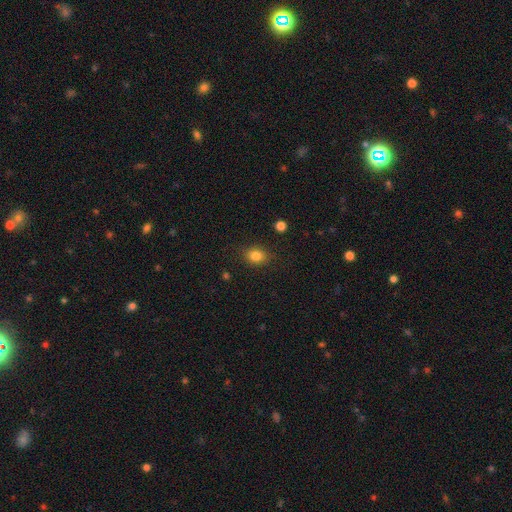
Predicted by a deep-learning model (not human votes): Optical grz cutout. It shows a smooth galaxy with no disk features (83%) that is in between round and cigar-shaped (61%). Merging: none (84%).